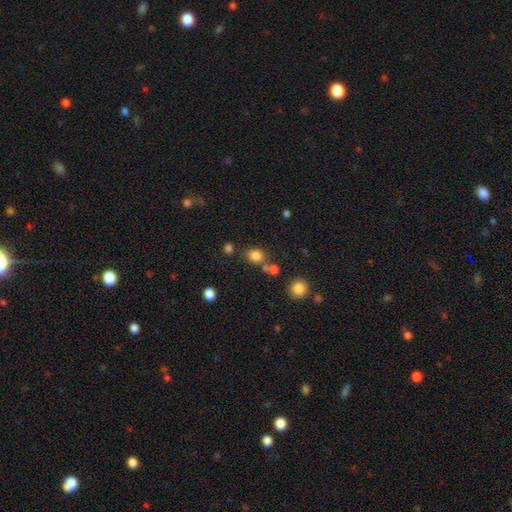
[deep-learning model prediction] Smooth or featured? smooth (81%)
How rounded? round (70%)
Merging? none (69%)